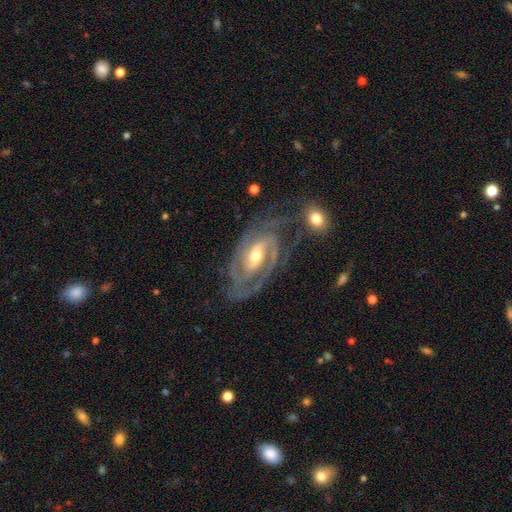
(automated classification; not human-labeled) A featured or disk galaxy (91%) with a weak bar (40%), 2 (57%) tight (60%) spiral arms (97%) and a moderate central bulge (59%). Merging: none (64%).